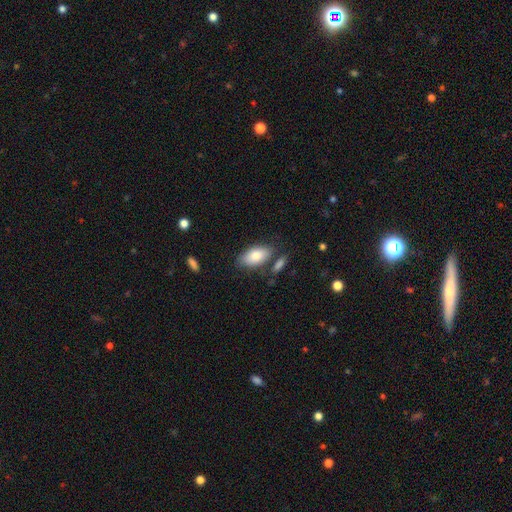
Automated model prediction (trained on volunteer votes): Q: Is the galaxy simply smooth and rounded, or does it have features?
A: smooth — 80%.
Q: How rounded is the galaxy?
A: in between — 92%.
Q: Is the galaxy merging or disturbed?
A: none — 71%.